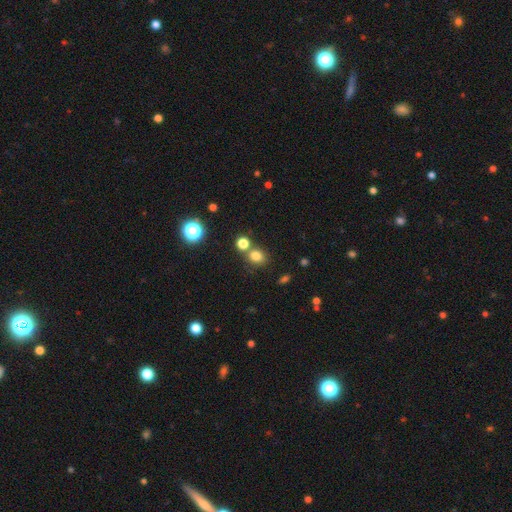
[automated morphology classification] smooth-or-featured: smooth: 77% | star or artifact: 17% | featured or disk: 6%
  how-rounded: round: 72% | in between: 27% | cigar-shaped: 1%
  merging: none: 68% | merger: 19% | minor disturbance: 9% | major disturbance: 3%